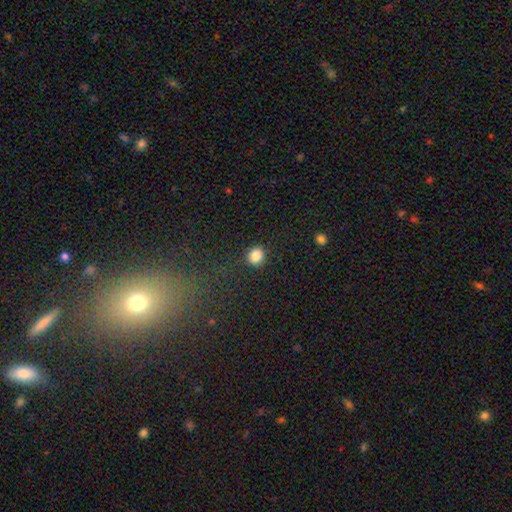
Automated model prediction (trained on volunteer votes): Smooth or featured: smooth — 85% (star or artifact — 11%)
How rounded: round — 84% (in between — 15%)
Merging: none — 89% (minor disturbance — 7%)